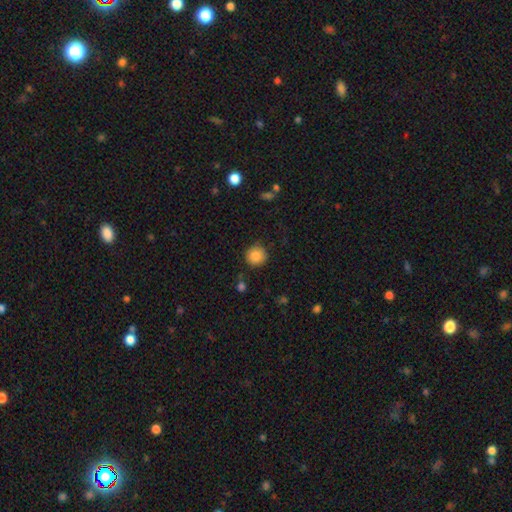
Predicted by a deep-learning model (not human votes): Smooth or featured?
  - smooth: 86% *
  - star or artifact: 10%
  - featured or disk: 4%
How rounded?
  - round: 92% *
  - in between: 7%
  - cigar-shaped: 1%
Merging?
  - none: 85% *
  - minor disturbance: 10%
  - major disturbance: 3%
  - merger: 2%